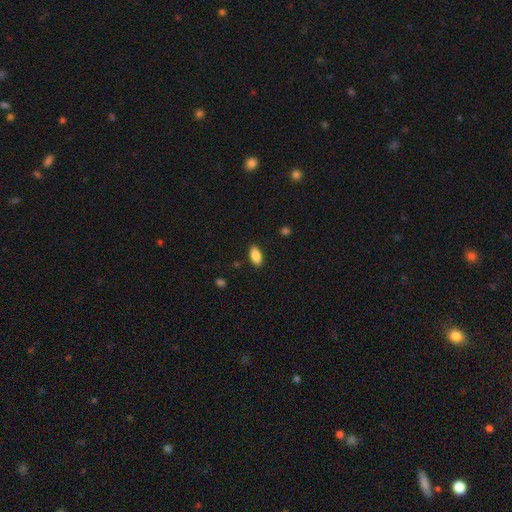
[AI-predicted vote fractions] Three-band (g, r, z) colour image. It shows a smooth galaxy with no disk features (85%) that is in between round and cigar-shaped (89%). Merging: none (87%).